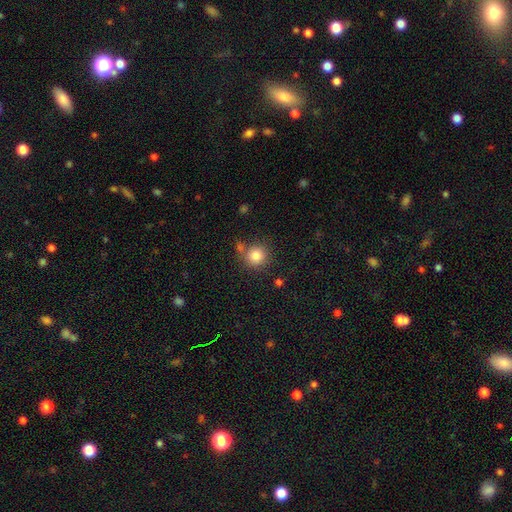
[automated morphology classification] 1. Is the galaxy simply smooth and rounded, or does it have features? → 84% smooth, 10% star or artifact, 6% featured or disk.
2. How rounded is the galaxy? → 92% round, 7% in between, 1% cigar-shaped.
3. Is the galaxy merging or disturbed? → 72% none, 13% merger, 11% minor disturbance, 4% major disturbance.